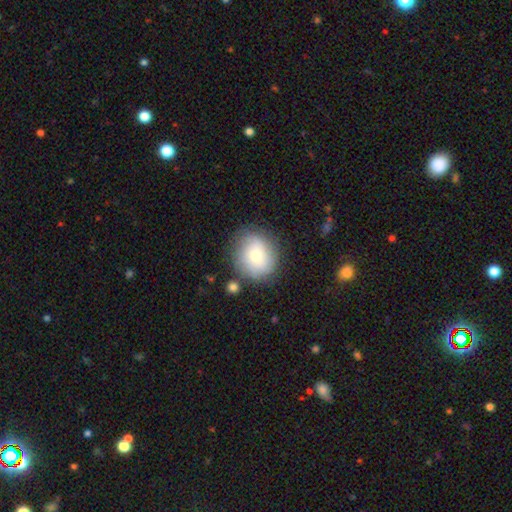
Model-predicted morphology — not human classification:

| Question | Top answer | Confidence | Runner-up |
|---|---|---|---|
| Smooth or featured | smooth | 65% | featured or disk (26%) |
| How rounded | round | 80% | in between (19%) |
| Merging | none | 75% | minor disturbance (15%) |